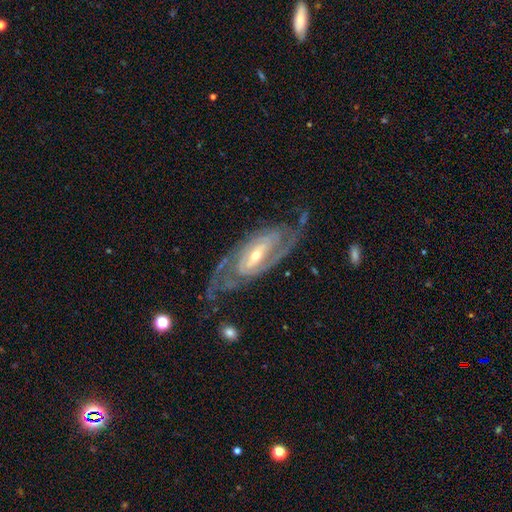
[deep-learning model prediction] Smooth or featured? Predicted: featured or disk (p=0.91). Edge-on disk? Predicted: no (p=0.94). Bar? Predicted: weak (p=0.38, tied with strong). Spiral arms? Predicted: yes (p=0.97). Spiral winding? Predicted: tight (p=0.55). Spiral arm count? Predicted: 2 (p=0.74). Bulge size? Predicted: small (p=0.52). Merging? Predicted: none (p=0.71).